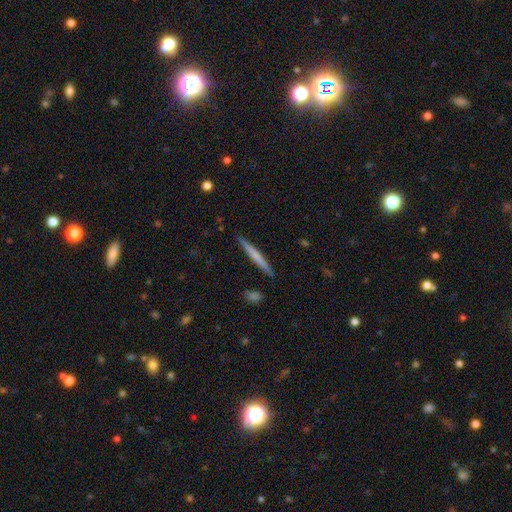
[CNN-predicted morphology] Q: Smooth or featured?
A: smooth (61%); runner-up: featured or disk (34%)
Q: How rounded?
A: cigar-shaped (96%); runner-up: in between (2%)
Q: Merging?
A: none (90%); runner-up: minor disturbance (7%)